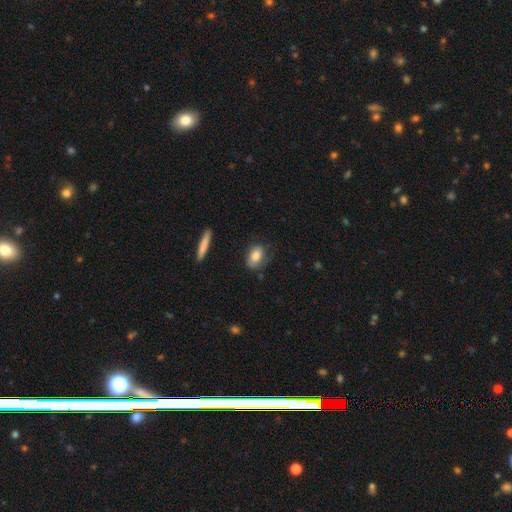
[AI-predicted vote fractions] Morphology: type=smooth (79%); roundness=in between (81%); merging=none (61%).